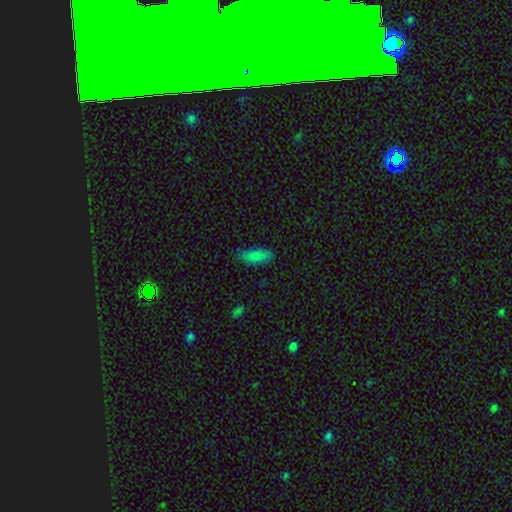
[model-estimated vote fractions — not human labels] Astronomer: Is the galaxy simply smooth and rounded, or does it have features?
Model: smooth — 85%.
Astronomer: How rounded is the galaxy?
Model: in between — 75%.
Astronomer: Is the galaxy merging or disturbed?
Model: none — 78%.